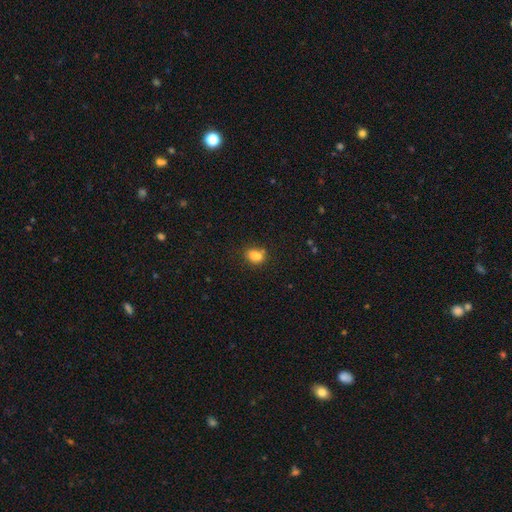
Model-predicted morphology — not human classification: type=smooth (76%); roundness=in between (50%); merging=none (45%).